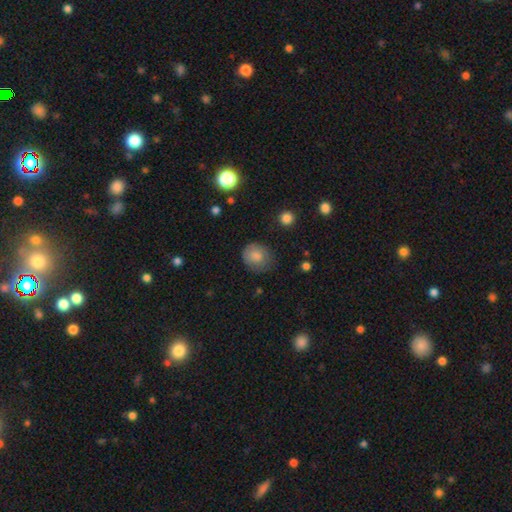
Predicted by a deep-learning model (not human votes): This appears to be a smooth galaxy with no disk features (80%) that is round (77%). Merging: none (69%).